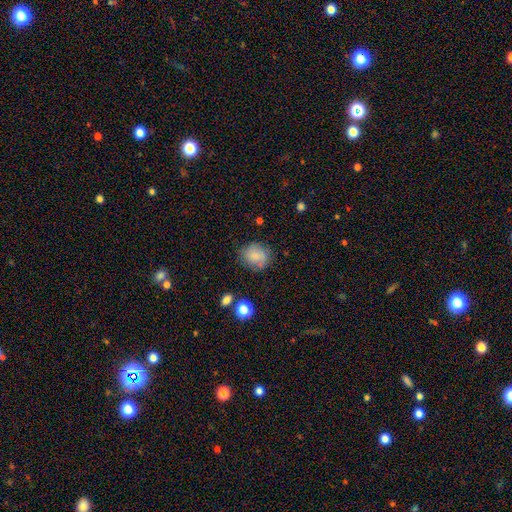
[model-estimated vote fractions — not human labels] smooth_or_featured: smooth (p=0.77) [alt: featured or disk p=0.13]
how_rounded: round (p=0.70) [alt: in between p=0.29]
merging: none (p=0.71) [alt: minor disturbance p=0.20]